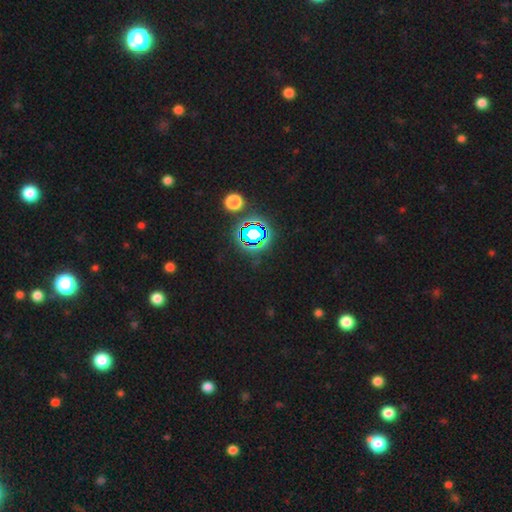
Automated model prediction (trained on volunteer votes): A star or artifact, not a galaxy (78%).

Vote fractions:
- Smooth or featured? star or artifact: 78% / smooth: 15% / featured or disk: 7%